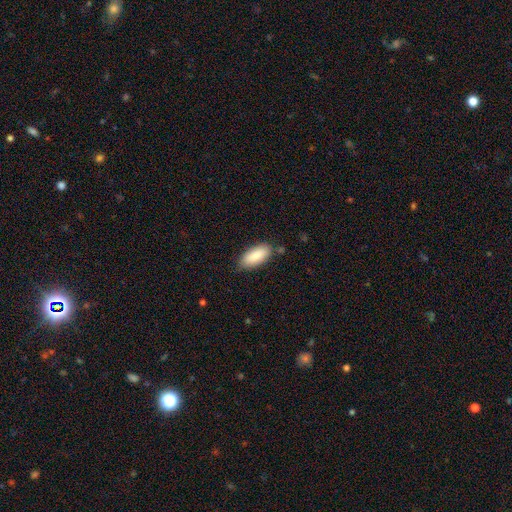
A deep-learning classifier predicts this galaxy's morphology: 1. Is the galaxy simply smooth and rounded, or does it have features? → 86% smooth, 8% featured or disk, 6% star or artifact.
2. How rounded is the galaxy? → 86% in between, 12% cigar-shaped, 2% round.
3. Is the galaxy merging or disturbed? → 79% none, 15% minor disturbance, 3% major disturbance, 2% merger.